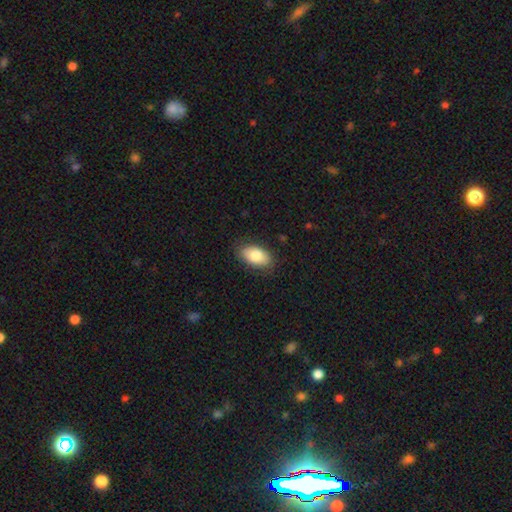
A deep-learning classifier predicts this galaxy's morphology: smooth_or_featured: smooth (p=0.80) [alt: featured or disk p=0.13]
how_rounded: in between (p=0.93) [alt: round p=0.05]
merging: none (p=0.84) [alt: minor disturbance p=0.12]